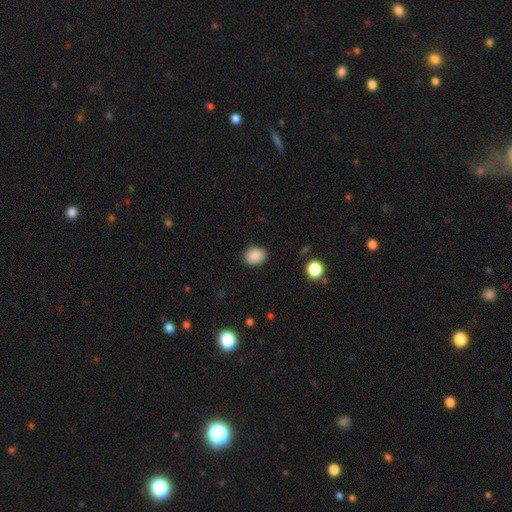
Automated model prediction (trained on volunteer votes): Q: Smooth or featured?
A: smooth (88%); runner-up: star or artifact (9%)
Q: How rounded?
A: round (59%); runner-up: in between (40%)
Q: Merging?
A: none (87%); runner-up: minor disturbance (9%)